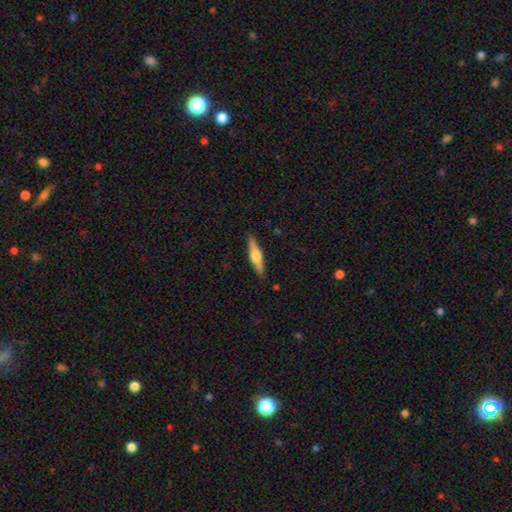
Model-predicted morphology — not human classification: Smooth or featured? Predicted: featured or disk (p=0.55). Edge-on disk? Predicted: yes (p=0.96). Edge-on bulge? Predicted: rounded (p=0.92). Merging? Predicted: none (p=0.89).